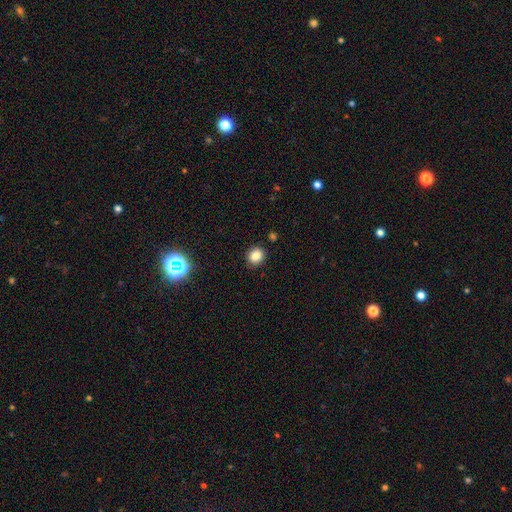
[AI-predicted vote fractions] A smooth galaxy with no disk features (83%) that is round (68%).

Vote fractions:
- Smooth or featured? smooth: 83% / star or artifact: 12% / featured or disk: 5%
- How rounded? round: 68% / in between: 31% / cigar-shaped: 1%
- Merging? none: 86% / minor disturbance: 9% / major disturbance: 2% / merger: 2%